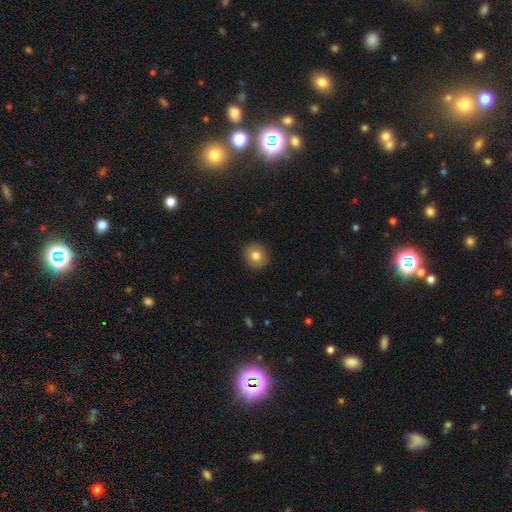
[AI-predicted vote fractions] Overall: smooth (81%). How rounded: round (80%). Merging: none (91%).